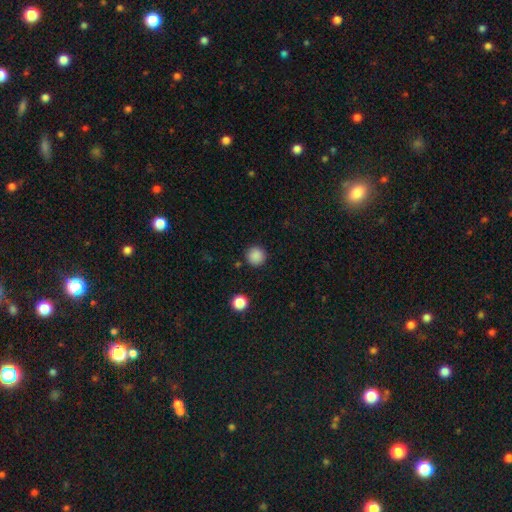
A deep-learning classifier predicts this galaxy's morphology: Smooth or featured? smooth (87%)
How rounded? round (96%)
Merging? none (90%)